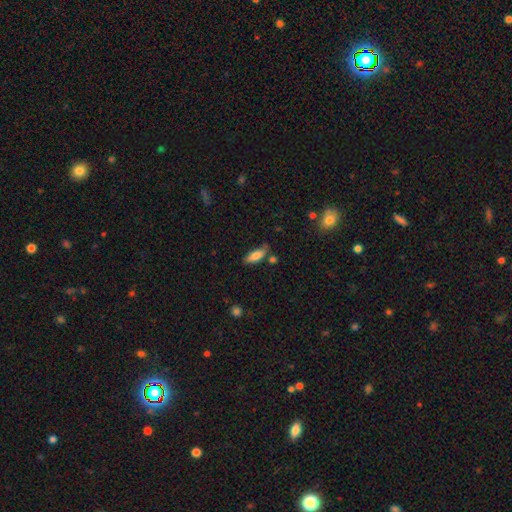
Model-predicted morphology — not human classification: Smooth or featured? smooth (75%)
How rounded? in between (64%)
Merging? none (66%)